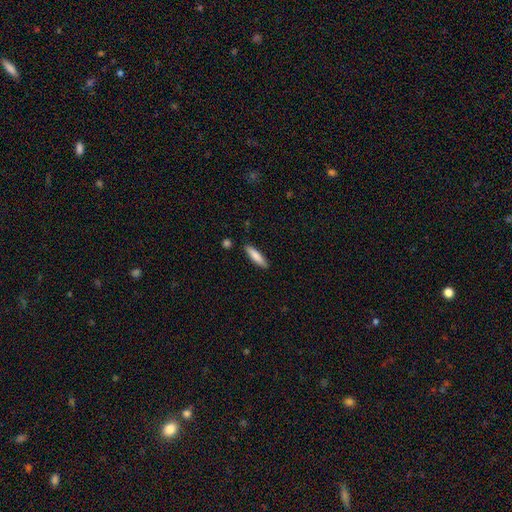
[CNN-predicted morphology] This appears to be a smooth galaxy with no disk features (81%) that is cigar-shaped (77%). Merging: none (87%).